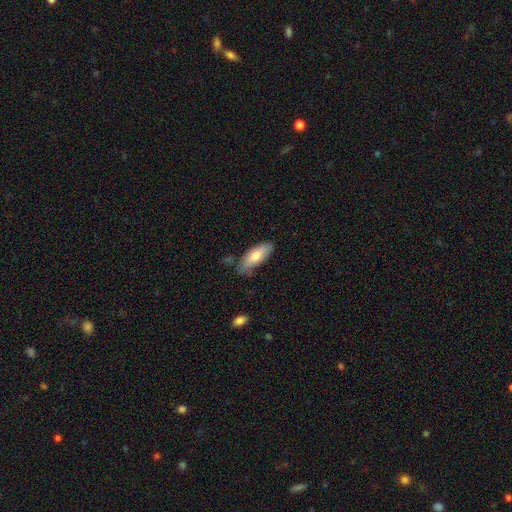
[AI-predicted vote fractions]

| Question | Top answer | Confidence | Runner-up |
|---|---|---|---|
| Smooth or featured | smooth | 76% | featured or disk (18%) |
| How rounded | in between | 71% | cigar-shaped (27%) |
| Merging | none | 71% | minor disturbance (22%) |